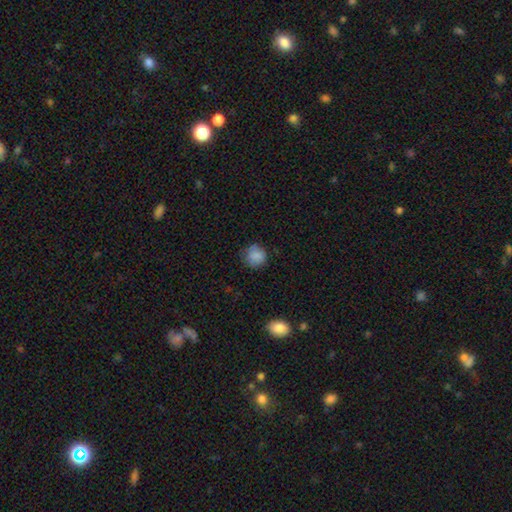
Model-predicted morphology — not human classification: Smooth or featured? Predicted: smooth (p=0.84). How rounded? Predicted: round (p=0.86). Merging? Predicted: none (p=0.75).